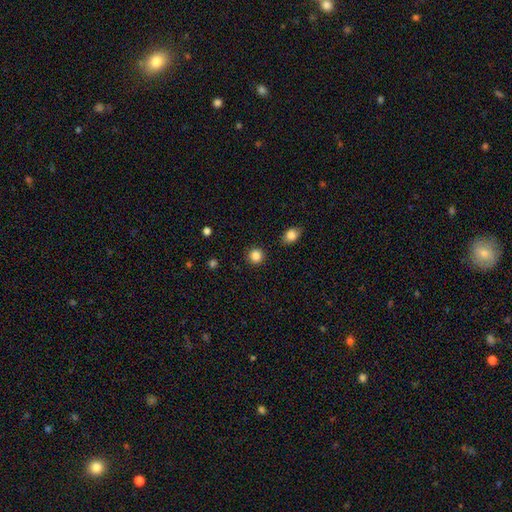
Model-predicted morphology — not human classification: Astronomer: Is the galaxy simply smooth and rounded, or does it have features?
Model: smooth — 85%.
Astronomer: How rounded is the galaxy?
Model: round — 92%.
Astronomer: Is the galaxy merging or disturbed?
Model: none — 91%.